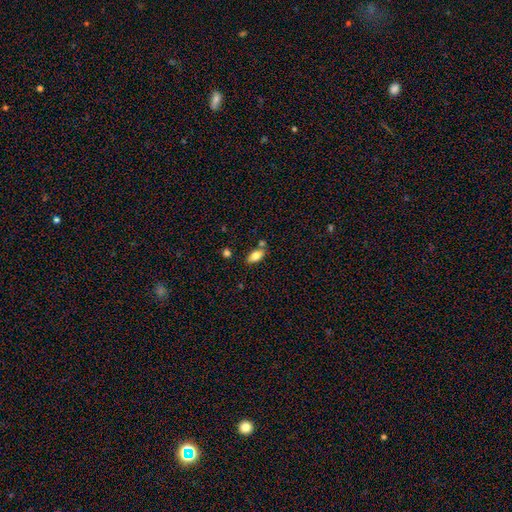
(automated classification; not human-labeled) Smooth or featured?
  - smooth: 78% *
  - featured or disk: 14%
  - star or artifact: 8%
How rounded?
  - in between: 89% *
  - cigar-shaped: 7%
  - round: 3%
Merging?
  - none: 72% *
  - minor disturbance: 14%
  - merger: 11%
  - major disturbance: 3%